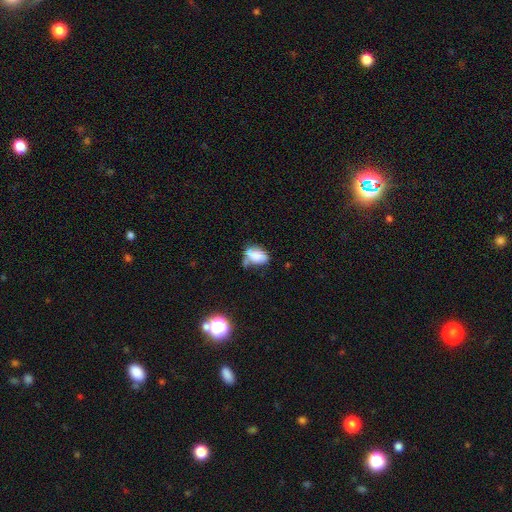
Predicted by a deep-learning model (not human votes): Smooth or featured? Predicted: smooth (p=0.73). How rounded? Predicted: in between (p=0.88). Merging? Predicted: none (p=0.36).